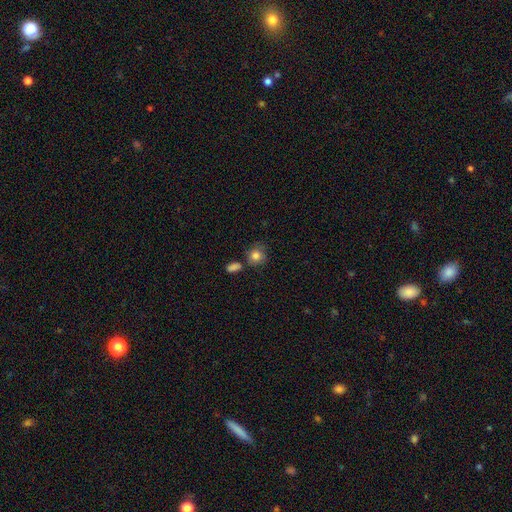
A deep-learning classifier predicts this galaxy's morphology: smooth_or_featured: smooth (p=0.82) [alt: featured or disk p=0.09]
how_rounded: round (p=0.79) [alt: in between p=0.20]
merging: none (p=0.62) [alt: minor disturbance p=0.20]